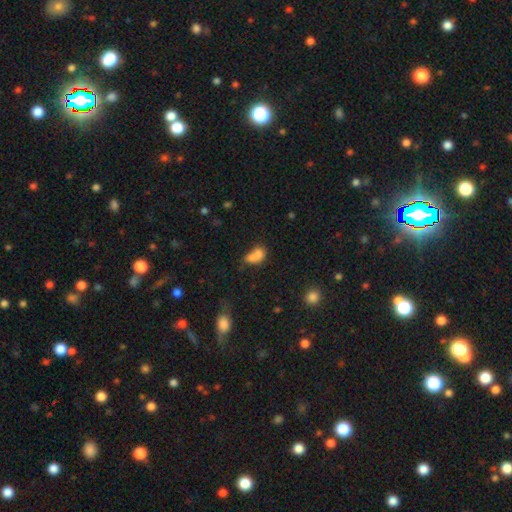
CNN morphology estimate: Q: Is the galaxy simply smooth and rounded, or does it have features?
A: smooth — 72%.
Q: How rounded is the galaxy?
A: in between — 56%.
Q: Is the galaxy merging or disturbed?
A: merger — 67%.